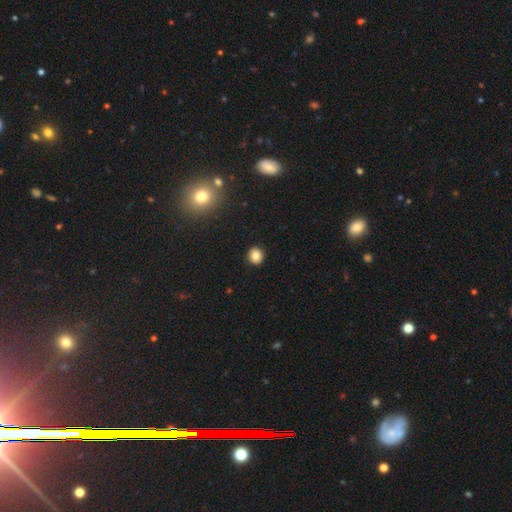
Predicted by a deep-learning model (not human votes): This is clearly a smooth galaxy (82%). How rounded: clearly round (90%). Merging: clearly none (92%).